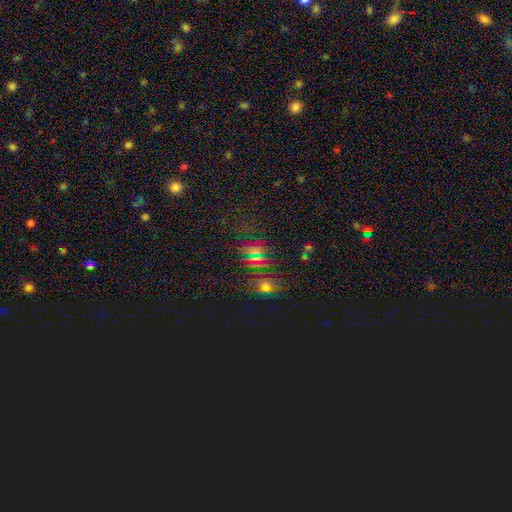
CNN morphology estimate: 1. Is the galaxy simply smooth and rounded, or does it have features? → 60% star or artifact, 30% smooth, 10% featured or disk.